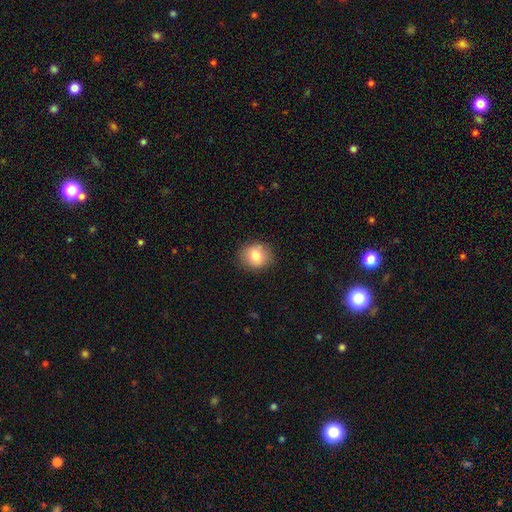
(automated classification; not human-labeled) Smooth or featured? smooth (80%)
How rounded? round (73%)
Merging? none (86%)